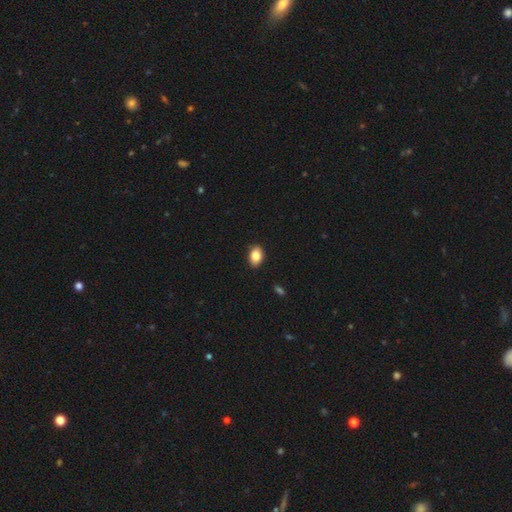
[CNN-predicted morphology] smooth-or-featured: smooth: 85% | star or artifact: 8% | featured or disk: 7%
  how-rounded: in between: 84% | round: 15% | cigar-shaped: 1%
  merging: none: 88% | minor disturbance: 9% | major disturbance: 2% | merger: 1%